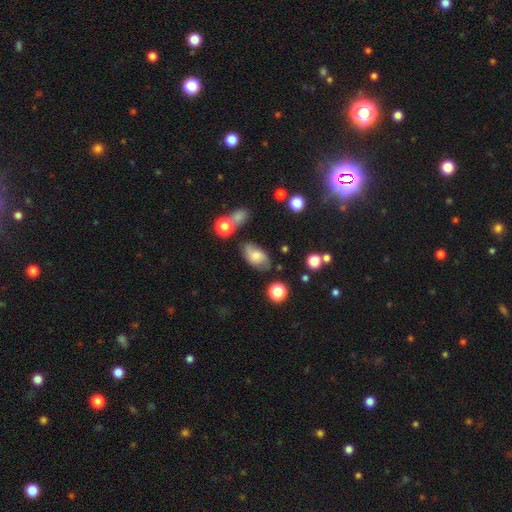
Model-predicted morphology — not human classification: smooth_or_featured: smooth (p=0.56) [alt: featured or disk p=0.34]
how_rounded: in between (p=0.88) [alt: round p=0.10]
merging: none (p=0.65) [alt: minor disturbance p=0.22]